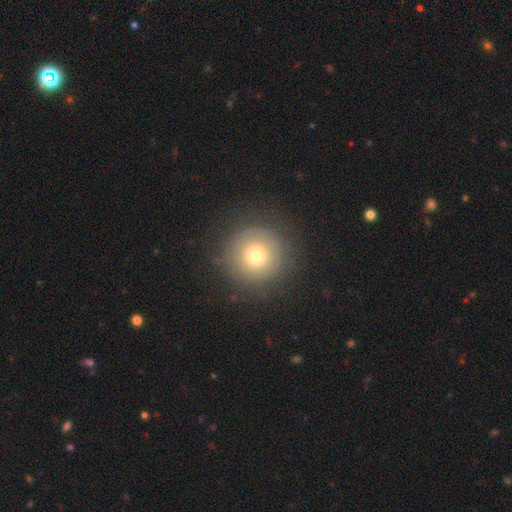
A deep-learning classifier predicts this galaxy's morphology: This is likely a smooth galaxy (68%). How rounded: clearly round (96%). Merging: clearly none (86%).